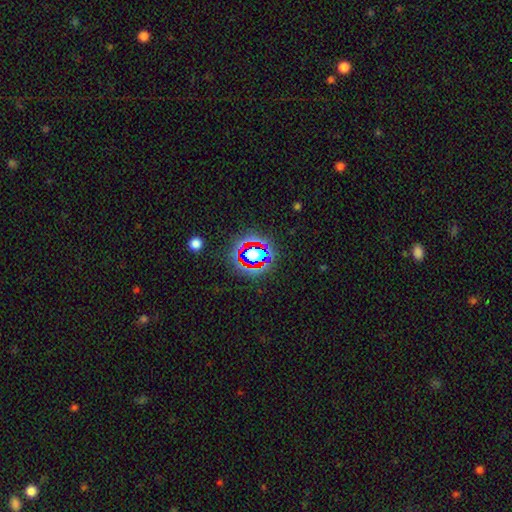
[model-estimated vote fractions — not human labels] A star or artifact, not a galaxy (57%).